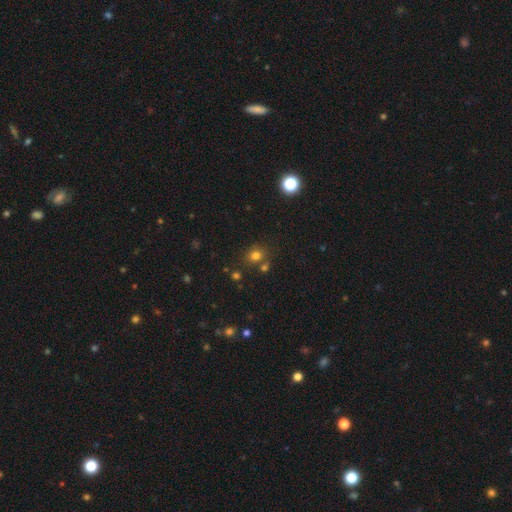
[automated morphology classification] This appears to be a smooth galaxy with no disk features (74%) that is round (71%). Merging: none (71%).